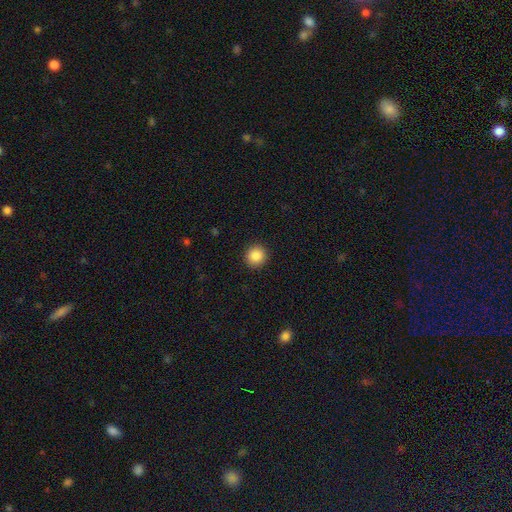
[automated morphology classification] A smooth galaxy with no disk features (88%) that is round (94%).

Vote fractions:
- Smooth or featured? smooth: 88% / star or artifact: 9% / featured or disk: 3%
- How rounded? round: 94% / in between: 5% / cigar-shaped: 1%
- Merging? none: 92% / minor disturbance: 5% / major disturbance: 2% / merger: 1%